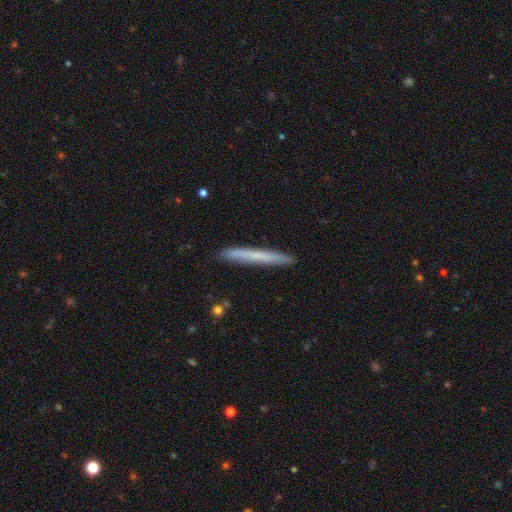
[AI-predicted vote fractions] The model was most divided on "smooth or featured": smooth: 63%, featured or disk: 31%, star or artifact: 6%. More confident: how rounded — cigar-shaped (97%); merging — none (91%).